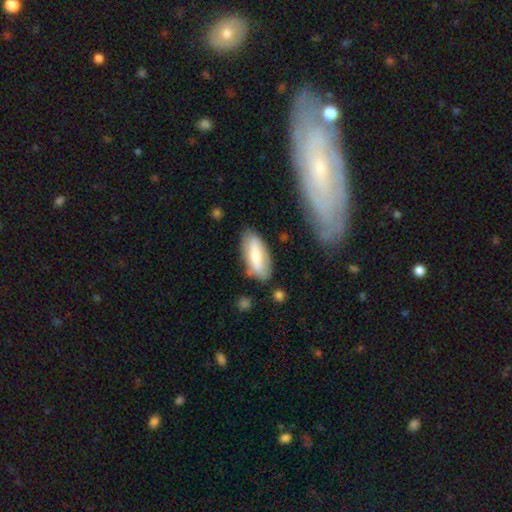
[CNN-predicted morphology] Smooth or featured: smooth — 61% (featured or disk — 33%)
How rounded: in between — 67% (cigar-shaped — 31%)
Merging: none — 74% (minor disturbance — 17%)